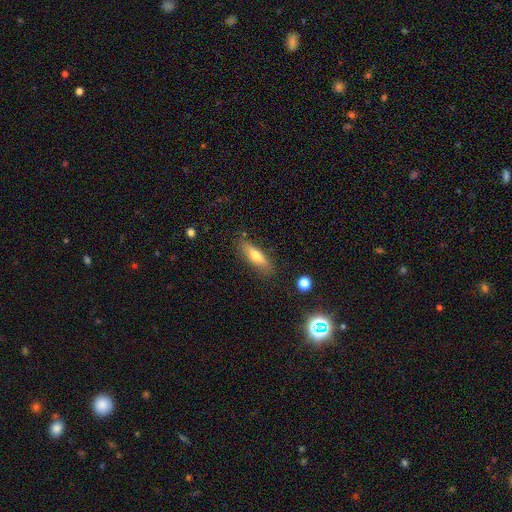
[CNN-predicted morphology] Smooth or featured? smooth (62%)
How rounded? cigar-shaped (63%)
Merging? none (81%)